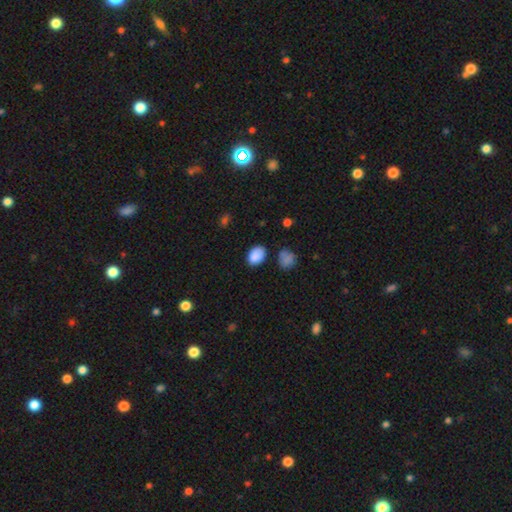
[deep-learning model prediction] A smooth galaxy with no disk features (88%) that is in between round and cigar-shaped (80%).

Vote fractions:
- Smooth or featured? smooth: 88% / star or artifact: 8% / featured or disk: 4%
- How rounded? in between: 80% / round: 19% / cigar-shaped: 1%
- Merging? none: 75% / minor disturbance: 17% / merger: 4% / major disturbance: 4%